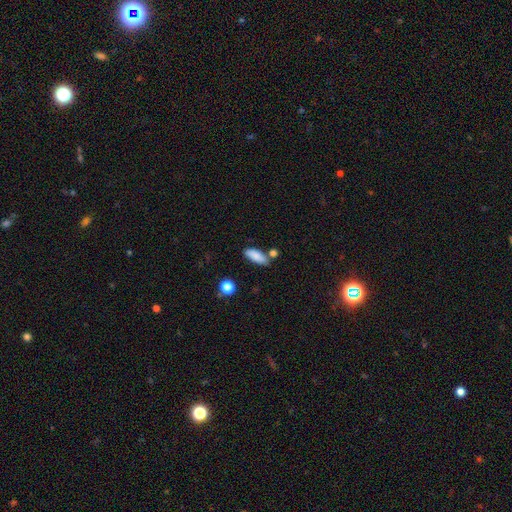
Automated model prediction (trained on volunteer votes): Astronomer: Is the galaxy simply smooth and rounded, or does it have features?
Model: smooth — 84%.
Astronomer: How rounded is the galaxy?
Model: in between — 75%.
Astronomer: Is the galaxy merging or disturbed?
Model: none — 67%.